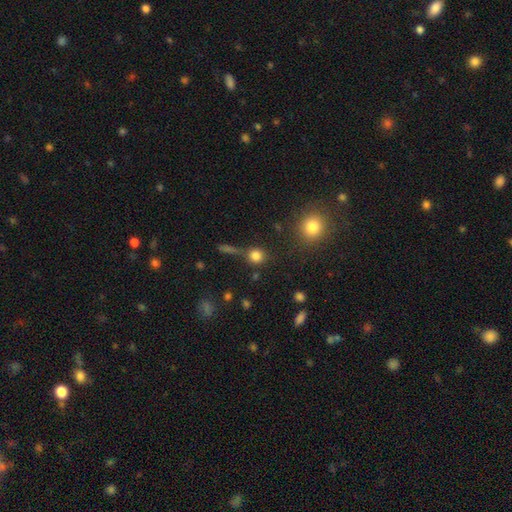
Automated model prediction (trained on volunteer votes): smooth_or_featured: smooth (p=0.80) [alt: star or artifact p=0.14]
how_rounded: round (p=0.89) [alt: in between p=0.09]
merging: none (p=0.74) [alt: merger p=0.11]